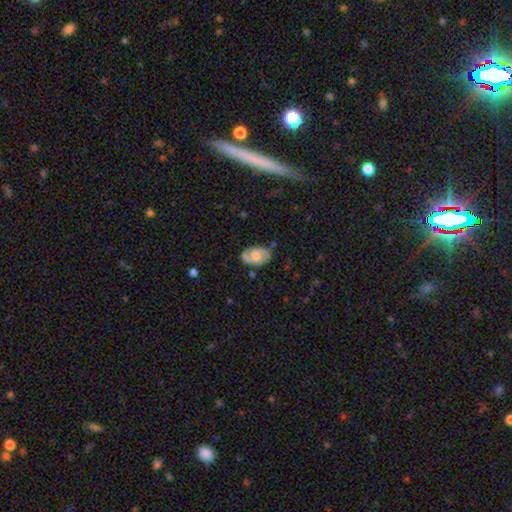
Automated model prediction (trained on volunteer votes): featured or disk 75%, smooth 19%, star or artifact 6%. Down the decision tree: edge-on disk — no (97%); bar — no (50%); spiral arms — yes (90%); spiral arm count — 2 (86%); spiral winding — medium (49%); bulge size — moderate (39%); merging — none (76%).